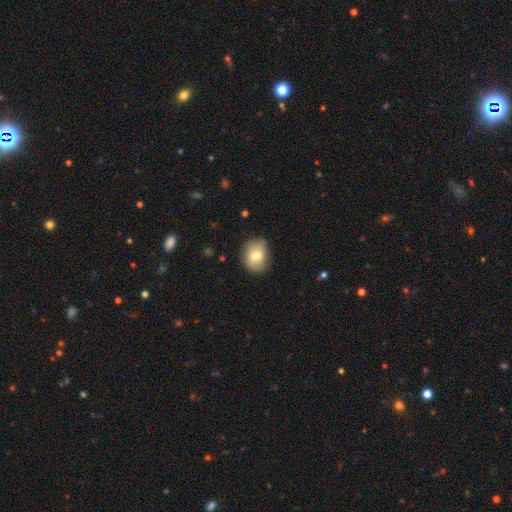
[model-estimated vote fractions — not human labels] Morphology: type=smooth (74%); roundness=round (57%); merging=none (77%).